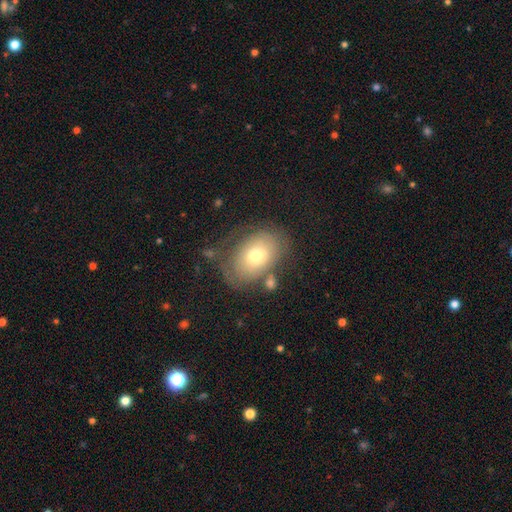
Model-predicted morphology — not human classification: This appears to be a smooth galaxy with no disk features (62%) that is in between round and cigar-shaped (78%). Merging: none (59%).